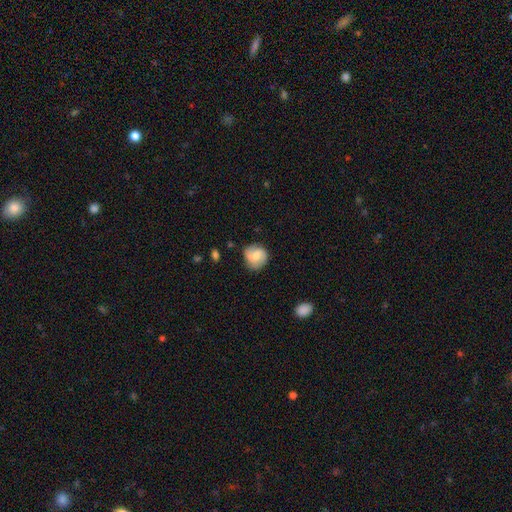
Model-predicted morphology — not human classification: A smooth galaxy with no disk features (60%) that is round (84%). Merging: none (69%).